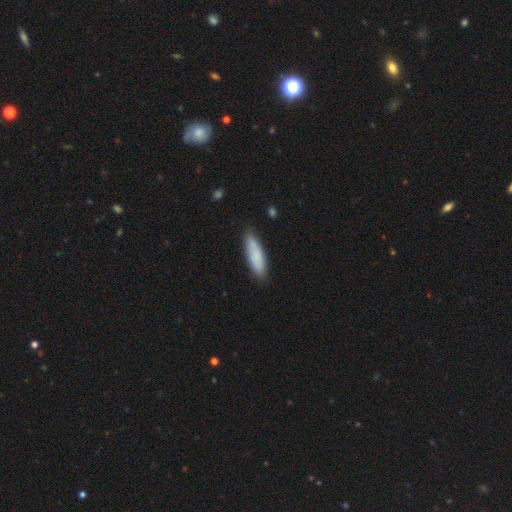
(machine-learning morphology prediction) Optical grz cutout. It shows a smooth galaxy with no disk features (83%) that is cigar-shaped (56%). Merging: none (81%).